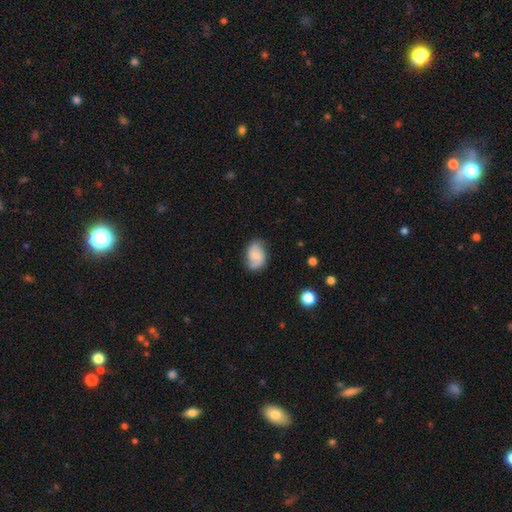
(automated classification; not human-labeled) Smooth or featured? Predicted: smooth (p=0.49). Merging? Predicted: none (p=0.68).